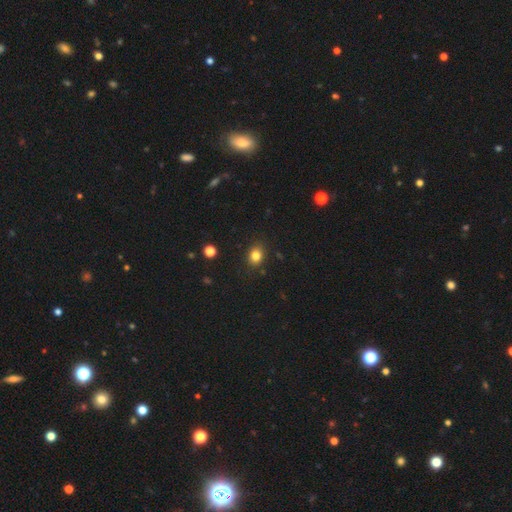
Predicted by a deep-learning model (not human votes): smooth 83%, star or artifact 12%, featured or disk 6%. Down the decision tree: how rounded — in between (51%); merging — none (87%).